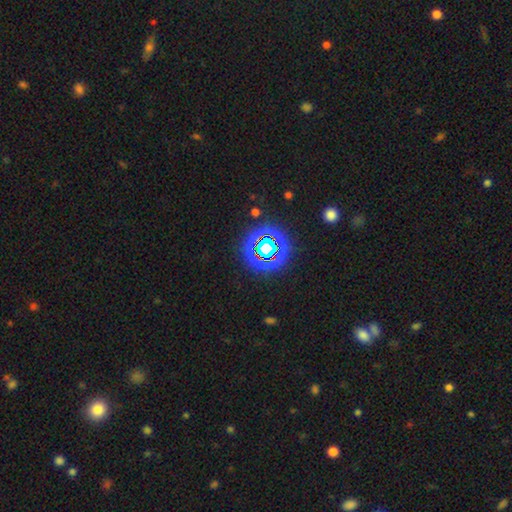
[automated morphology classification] Q: Smooth or featured?
A: star or artifact (73%); runner-up: smooth (20%)